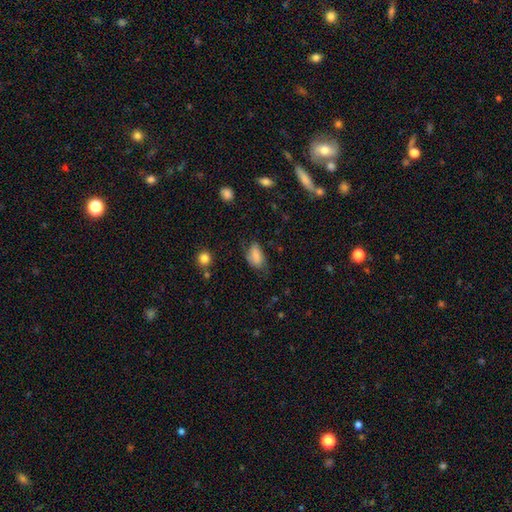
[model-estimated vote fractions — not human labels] smooth-or-featured: smooth: 74% | featured or disk: 18% | star or artifact: 8%
  how-rounded: in between: 90% | round: 6% | cigar-shaped: 3%
  merging: none: 51% | minor disturbance: 32% | major disturbance: 15% | merger: 2%